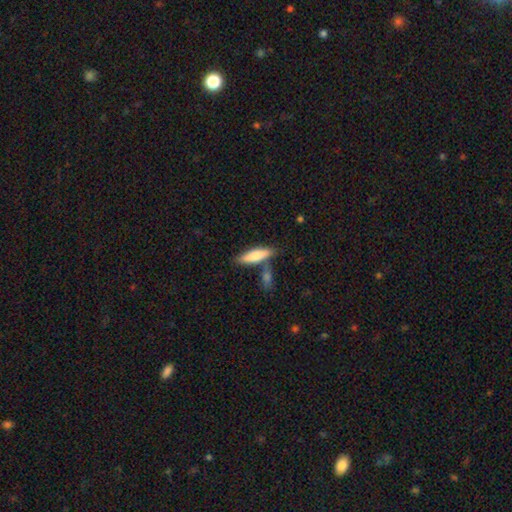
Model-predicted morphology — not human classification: Smooth or featured? Predicted: smooth (p=0.74). How rounded? Predicted: cigar-shaped (p=0.54). Merging? Predicted: none (p=0.63).